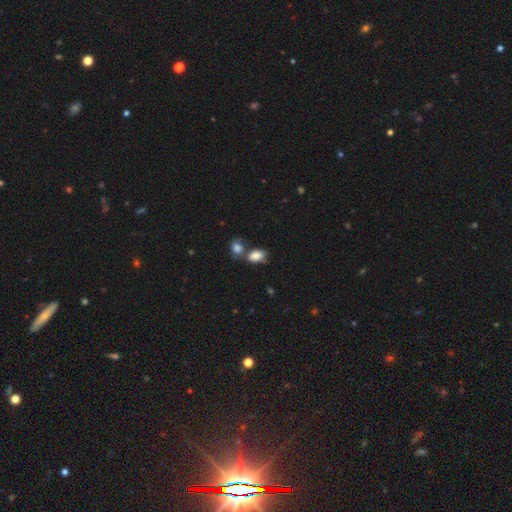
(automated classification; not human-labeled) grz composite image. It shows a smooth galaxy with no disk features (83%) that is in between round and cigar-shaped (86%). Merging: merger (42%).